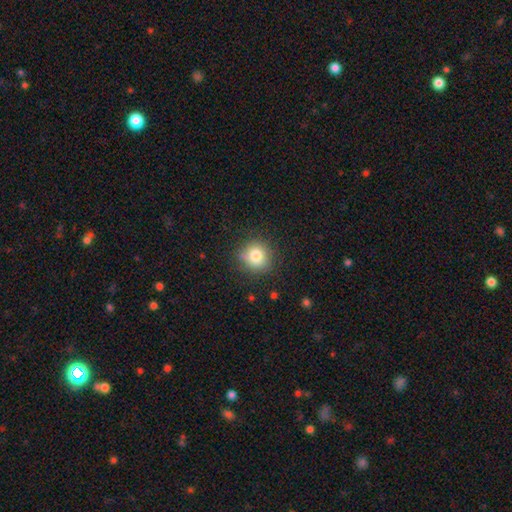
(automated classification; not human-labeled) Overall: smooth (79%). How rounded: round (88%). Merging: none (80%).